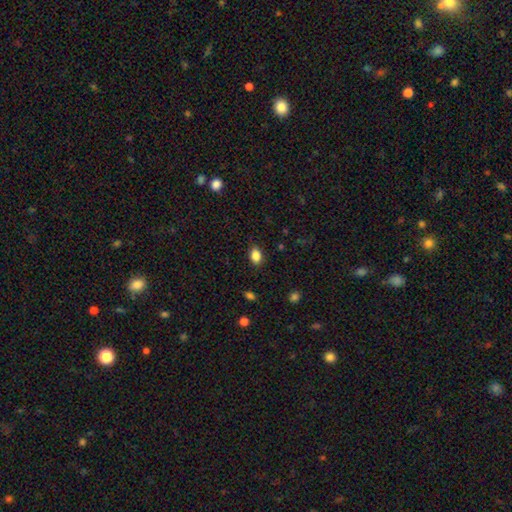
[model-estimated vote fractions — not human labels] The model was most divided on "how rounded": in between: 78%, round: 20%, cigar-shaped: 1%. More confident: merging — none (86%); smooth or featured — smooth (86%).